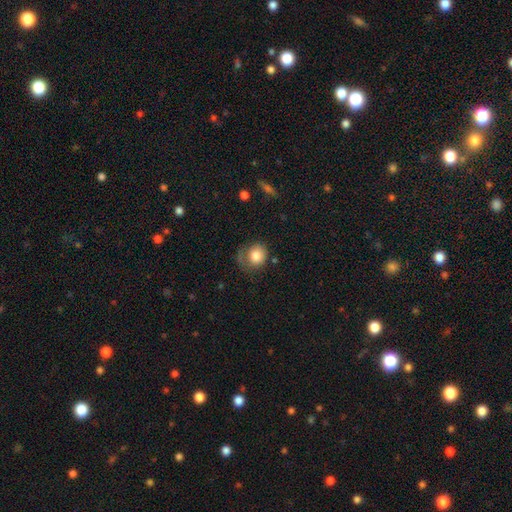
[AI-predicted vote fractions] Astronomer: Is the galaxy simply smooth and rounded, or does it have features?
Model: smooth — 80%.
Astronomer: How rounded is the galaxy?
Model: round — 77%.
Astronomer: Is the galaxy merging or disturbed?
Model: none — 53%.